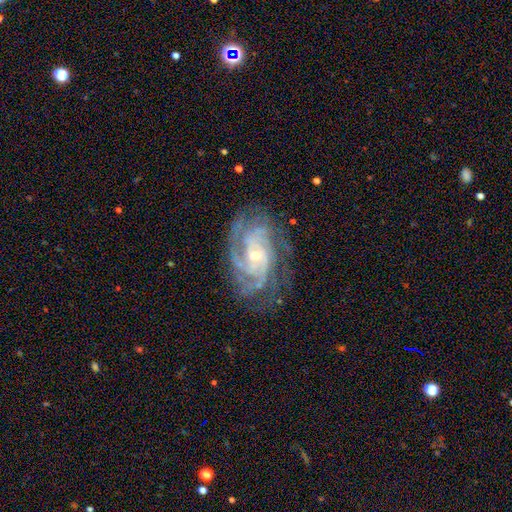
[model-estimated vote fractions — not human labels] featured or disk 90%, star or artifact 5%, smooth 4%. Down the decision tree: edge-on disk — no (97%); bar — no (57%); spiral arms — yes (98%); spiral arm count — 3 (25%); spiral winding — tight (66%); bulge size — small (63%); merging — none (72%).